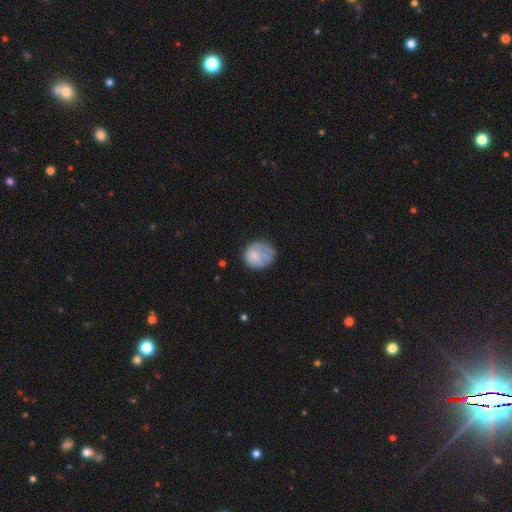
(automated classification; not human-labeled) A smooth galaxy with no disk features (73%) that is round (78%). Merging: none (54%).